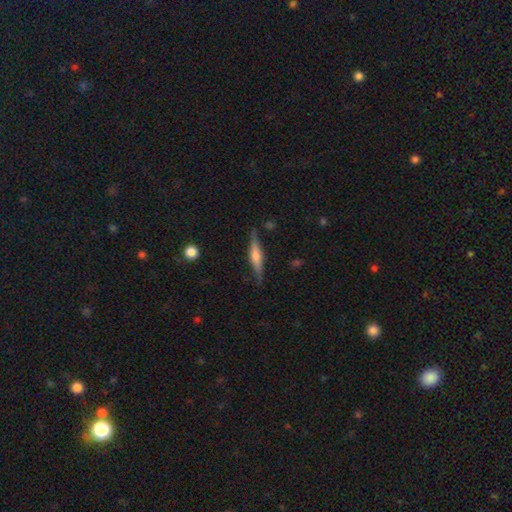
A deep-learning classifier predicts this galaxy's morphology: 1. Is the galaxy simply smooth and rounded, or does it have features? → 55% featured or disk, 39% smooth, 6% star or artifact.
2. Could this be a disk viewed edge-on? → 95% yes, 5% no.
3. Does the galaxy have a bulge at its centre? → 72% rounded, 18% boxy, 10% none.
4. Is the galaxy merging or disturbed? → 82% none, 13% minor disturbance, 3% major disturbance, 2% merger.